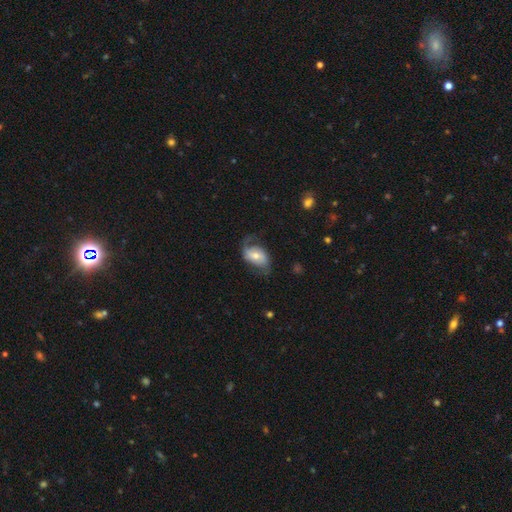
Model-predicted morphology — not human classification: Overall: featured or disk (66%; smooth 28%). Edge-on disk: no (96%). Bar: no (48%; weak 35%). Spiral arms: yes (87%). Spiral arm count: 2 (80%). Spiral winding: loose (55%; medium 34%). Bulge size: moderate (56%; small 34%). Merging: none (56%; minor disturbance 22%).